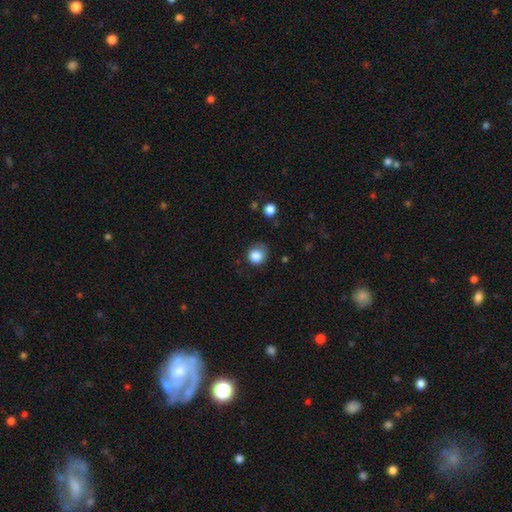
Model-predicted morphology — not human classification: Q: Smooth or featured?
A: smooth (84%); runner-up: star or artifact (10%)
Q: How rounded?
A: round (84%); runner-up: in between (15%)
Q: Merging?
A: none (63%); runner-up: minor disturbance (27%)